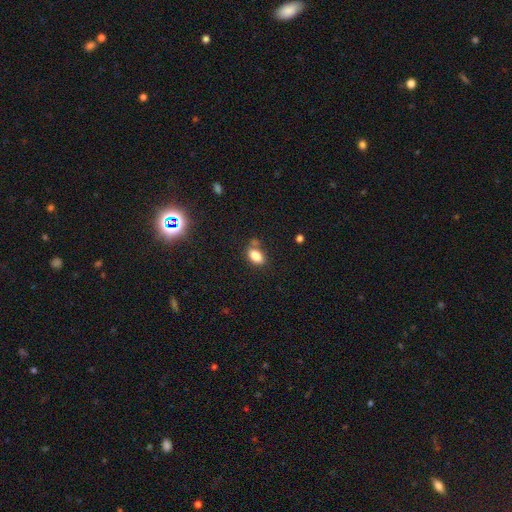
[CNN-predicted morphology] This appears to be a smooth galaxy with no disk features (84%) that is in between round and cigar-shaped (89%). Merging: none (66%).